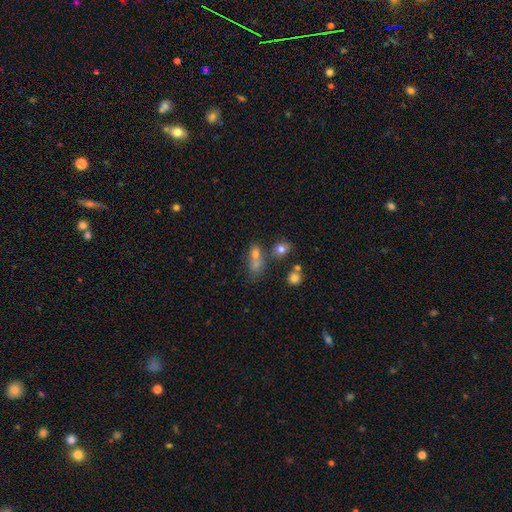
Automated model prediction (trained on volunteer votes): A smooth galaxy with no disk features (56%) that is in between round and cigar-shaped (53%).

Vote fractions:
- Smooth or featured? smooth: 56% / star or artifact: 25% / featured or disk: 19%
- How rounded? in between: 53% / round: 38% / cigar-shaped: 9%
- Merging? merger: 40% (tied) / none: 40% (tied) / minor disturbance: 12% / major disturbance: 9%